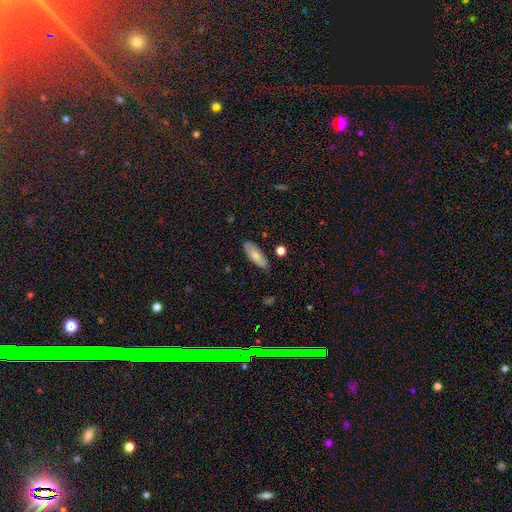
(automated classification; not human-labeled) Smooth or featured?
  - smooth: 79% *
  - featured or disk: 15%
  - star or artifact: 6%
How rounded?
  - in between: 68% *
  - cigar-shaped: 30%
  - round: 2%
Merging?
  - none: 84% *
  - minor disturbance: 12%
  - major disturbance: 2%
  - merger: 2%